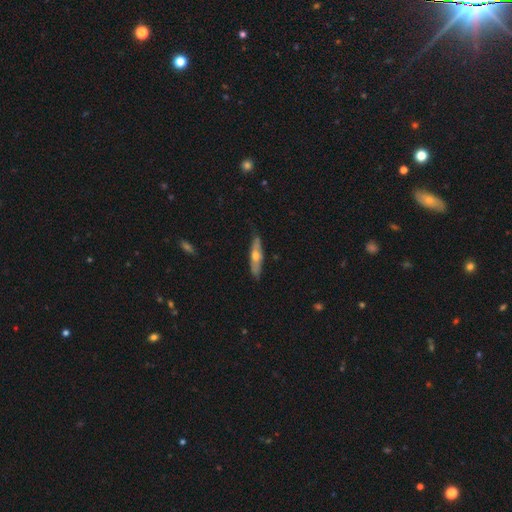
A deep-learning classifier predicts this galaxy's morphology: smooth-or-featured: featured or disk: 51% | smooth: 44% | star or artifact: 6%
  disk-edge-on: yes: 72% | no: 28%
  merging: none: 79% | minor disturbance: 17% | major disturbance: 3% | merger: 1%